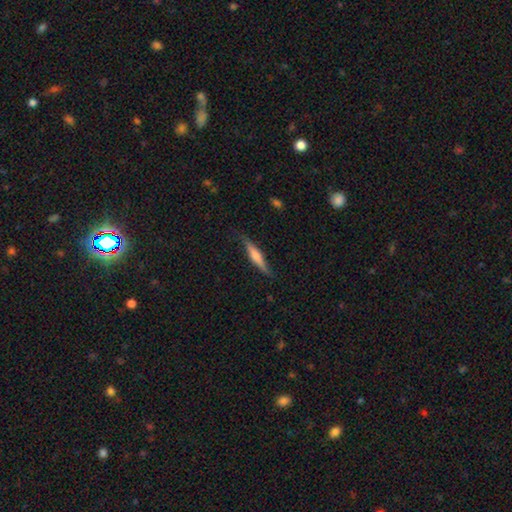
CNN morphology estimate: Smooth or featured? featured or disk (52%)
Edge-on disk? yes (95%)
Merging? none (79%)